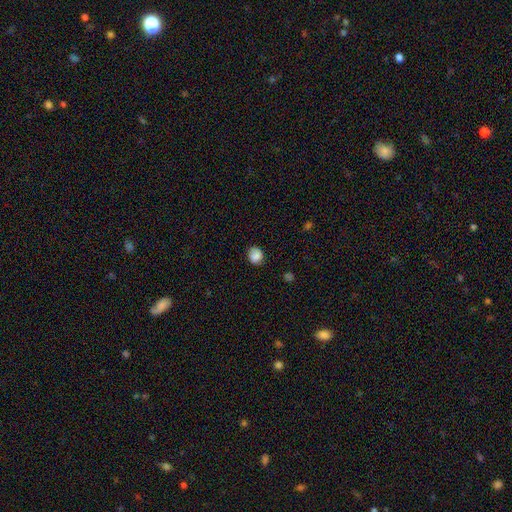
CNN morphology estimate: This appears to be a smooth galaxy with no disk features (85%) that is round (71%). Merging: none (77%).